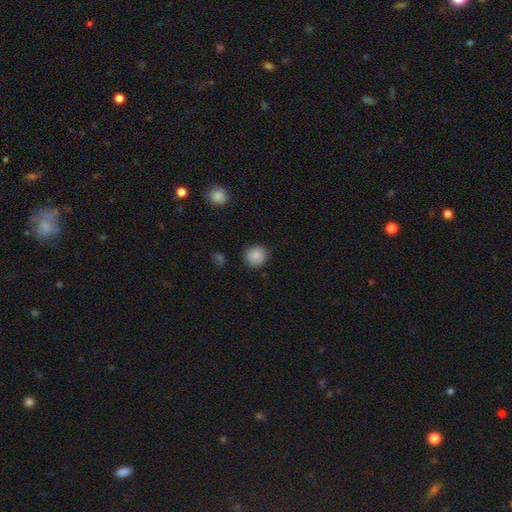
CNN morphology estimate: smooth 88%, star or artifact 8%, featured or disk 4%. Down the decision tree: how rounded — round (87%); merging — none (85%).